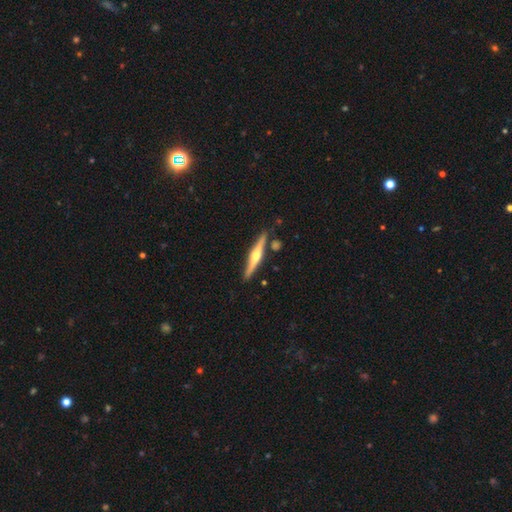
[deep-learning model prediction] smooth_or_featured: featured or disk (p=0.72) [alt: smooth p=0.23]
disk_edge_on: yes (p=0.97) [alt: no p=0.03]
edge_on_bulge: rounded (p=0.93) [alt: none p=0.04]
merging: none (p=0.85) [alt: minor disturbance p=0.09]